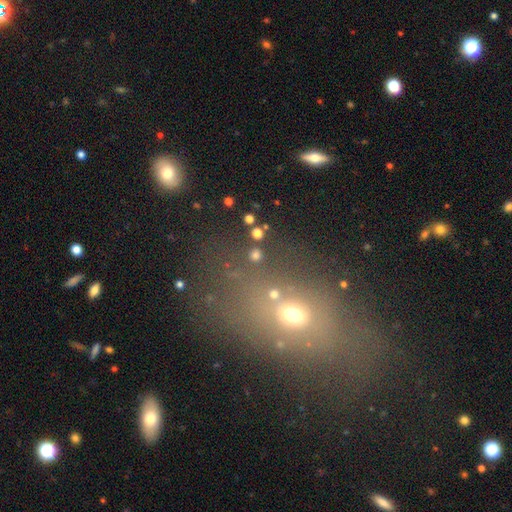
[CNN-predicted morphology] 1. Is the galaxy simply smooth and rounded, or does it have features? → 49% smooth, 35% star or artifact, 16% featured or disk.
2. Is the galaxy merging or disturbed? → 63% none, 14% merger, 13% minor disturbance, 10% major disturbance.